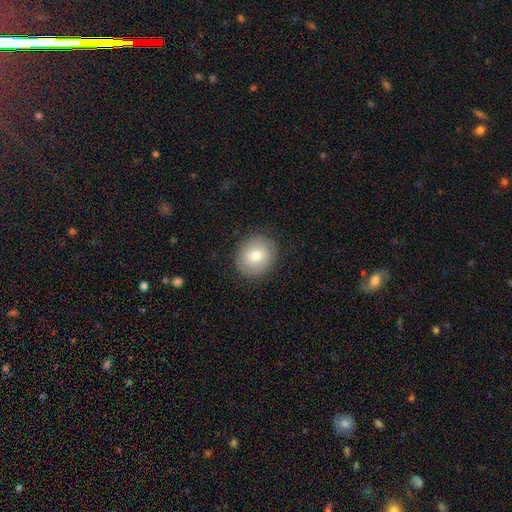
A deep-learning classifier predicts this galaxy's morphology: A smooth galaxy with no disk features (76%) that is round (77%).

Vote fractions:
- Smooth or featured? smooth: 76% / featured or disk: 16% / star or artifact: 8%
- How rounded? round: 77% / in between: 22% / cigar-shaped: 1%
- Merging? none: 87% / minor disturbance: 9% / major disturbance: 3% / merger: 1%